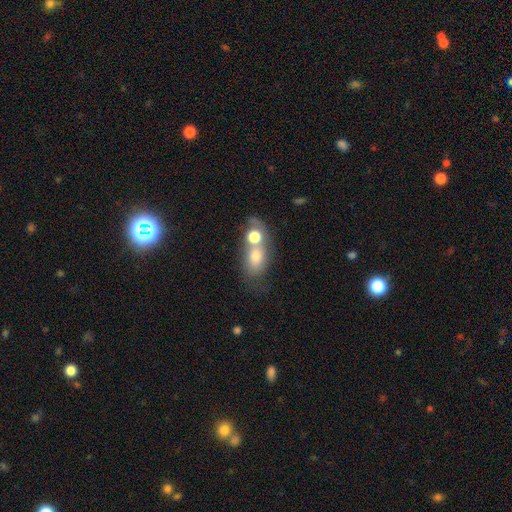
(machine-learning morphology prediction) smooth-or-featured: smooth: 68% | featured or disk: 21% | star or artifact: 11%
  how-rounded: in between: 67% | round: 29% | cigar-shaped: 4%
  merging: merger: 55% | none: 27% | minor disturbance: 10% | major disturbance: 8%